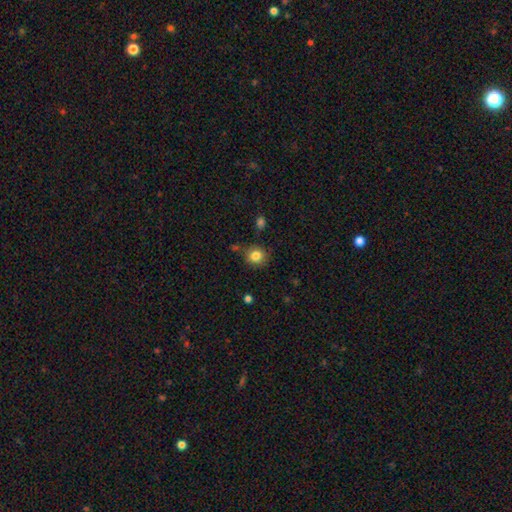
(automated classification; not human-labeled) The model was most divided on "merging": none: 81%, minor disturbance: 12%, merger: 4%, major disturbance: 3%. More confident: how rounded — round (84%); smooth or featured — smooth (83%).